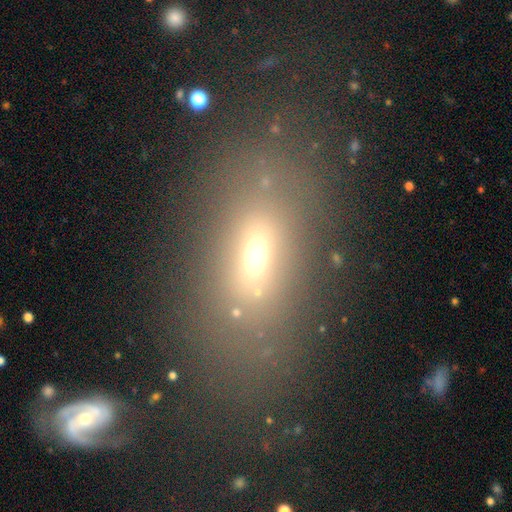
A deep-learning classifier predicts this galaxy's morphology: The model was most divided on "smooth or featured": smooth: 60%, star or artifact: 22%, featured or disk: 18%. More confident: how rounded — in between (80%); merging — none (69%).